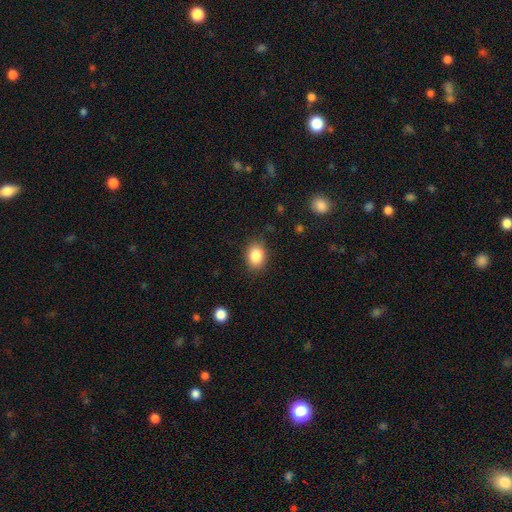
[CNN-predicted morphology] A smooth galaxy with no disk features (85%) that is in between round and cigar-shaped (66%).

Vote fractions:
- Smooth or featured? smooth: 85% / star or artifact: 9% / featured or disk: 6%
- How rounded? in between: 66% / round: 33% / cigar-shaped: 1%
- Merging? none: 85% / minor disturbance: 11% / major disturbance: 3% / merger: 1%